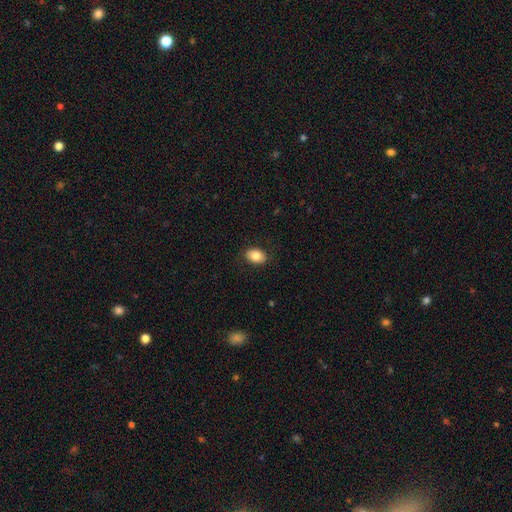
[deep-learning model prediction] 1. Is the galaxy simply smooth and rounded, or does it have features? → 83% smooth, 9% featured or disk, 8% star or artifact.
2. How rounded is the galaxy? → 77% in between, 22% round, 1% cigar-shaped.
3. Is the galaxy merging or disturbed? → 86% none, 11% minor disturbance, 3% major disturbance, 1% merger.